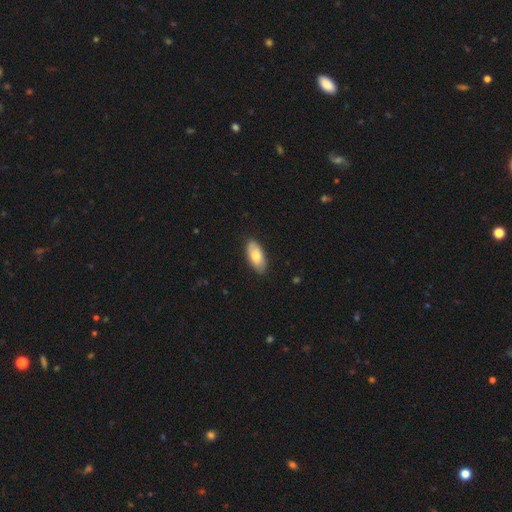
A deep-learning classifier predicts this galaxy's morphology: A smooth galaxy with no disk features (71%) that is in between round and cigar-shaped (91%). Merging: none (83%).